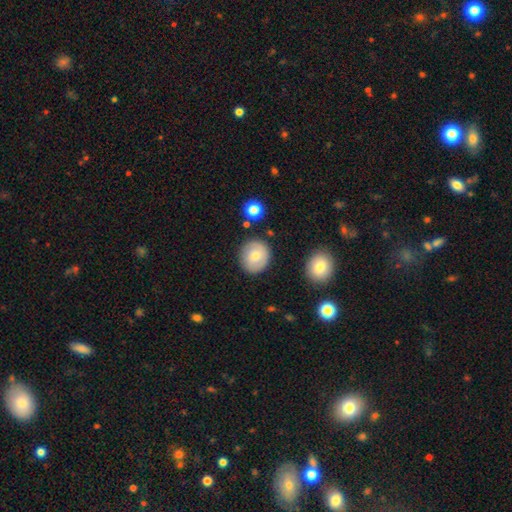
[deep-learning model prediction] Smooth or featured? smooth (68%)
How rounded? round (82%)
Merging? none (83%)